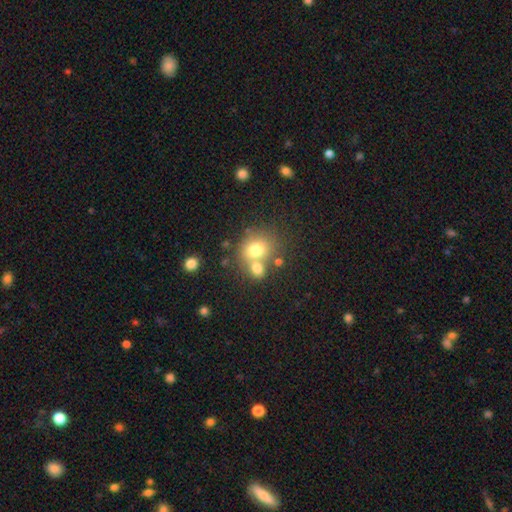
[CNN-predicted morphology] A smooth galaxy with no disk features (68%) that is round (72%).

Vote fractions:
- Smooth or featured? smooth: 68% / star or artifact: 16% / featured or disk: 16%
- How rounded? round: 72% / in between: 27% / cigar-shaped: 1%
- Merging? none: 46% / merger: 42% / minor disturbance: 9% / major disturbance: 4%